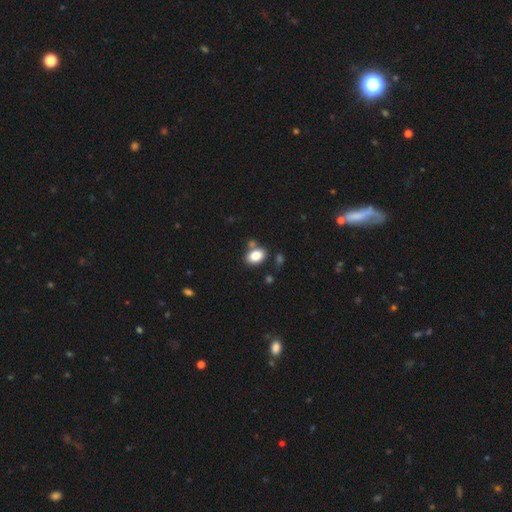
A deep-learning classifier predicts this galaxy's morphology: The model was most divided on "merging": none: 71%, minor disturbance: 13%, merger: 12%, major disturbance: 4%. More confident: smooth or featured — smooth (84%); how rounded — in between (81%).